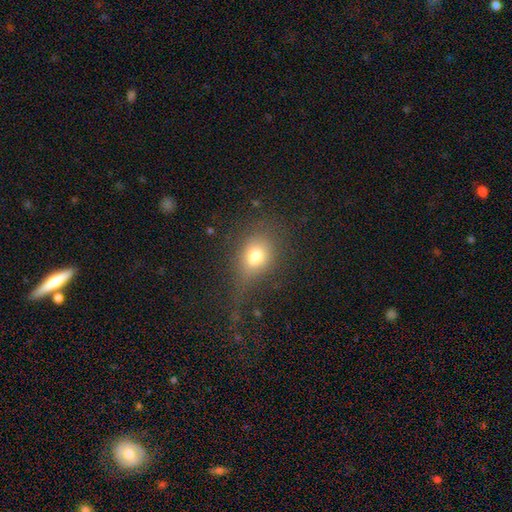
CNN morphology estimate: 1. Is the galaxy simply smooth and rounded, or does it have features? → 74% smooth, 14% featured or disk, 13% star or artifact.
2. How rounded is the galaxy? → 53% in between, 44% round, 2% cigar-shaped.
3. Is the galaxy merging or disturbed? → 47% none, 25% major disturbance, 24% minor disturbance, 5% merger.